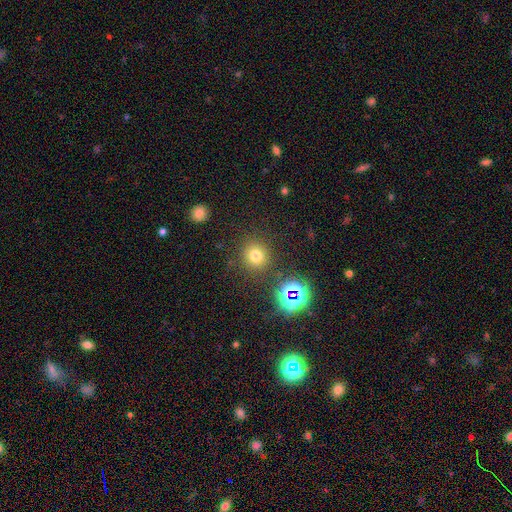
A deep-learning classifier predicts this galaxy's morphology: Smooth or featured? smooth (70%)
How rounded? round (91%)
Merging? none (87%)